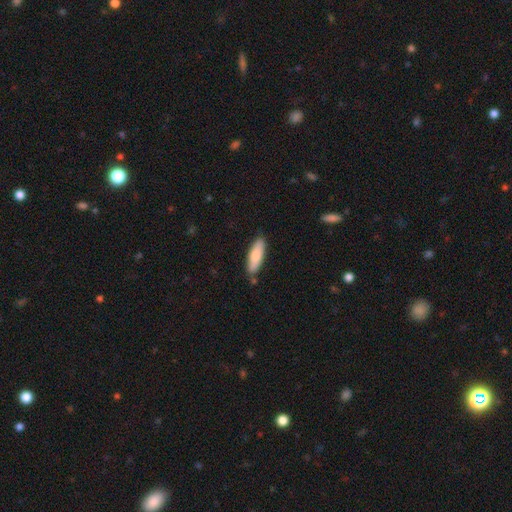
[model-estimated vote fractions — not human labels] Smooth or featured? Predicted: smooth (p=0.79). How rounded? Predicted: cigar-shaped (p=0.50). Merging? Predicted: none (p=0.82).